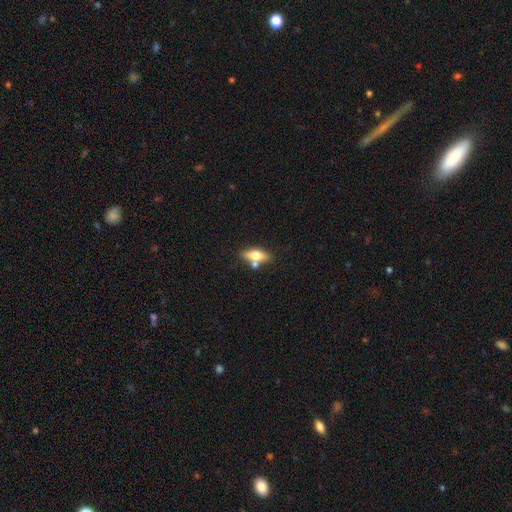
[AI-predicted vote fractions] smooth_or_featured: smooth (p=0.59) [alt: featured or disk p=0.35]
how_rounded: in between (p=0.65) [alt: cigar-shaped p=0.30]
merging: none (p=0.65) [alt: merger p=0.19]